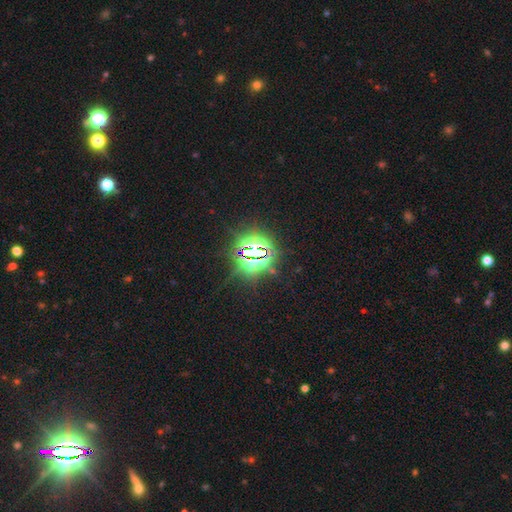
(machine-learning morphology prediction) The model was most divided on "smooth or featured": star or artifact: 81%, smooth: 11%, featured or disk: 8%.